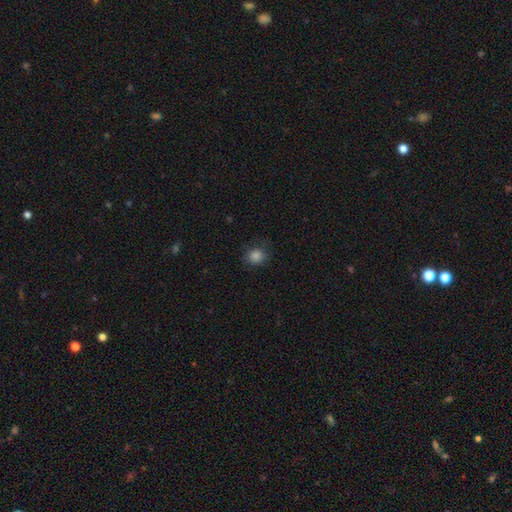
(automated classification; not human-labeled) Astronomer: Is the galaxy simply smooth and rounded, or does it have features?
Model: smooth — 83%.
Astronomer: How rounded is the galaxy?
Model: round — 73%.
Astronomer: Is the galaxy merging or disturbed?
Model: none — 80%.